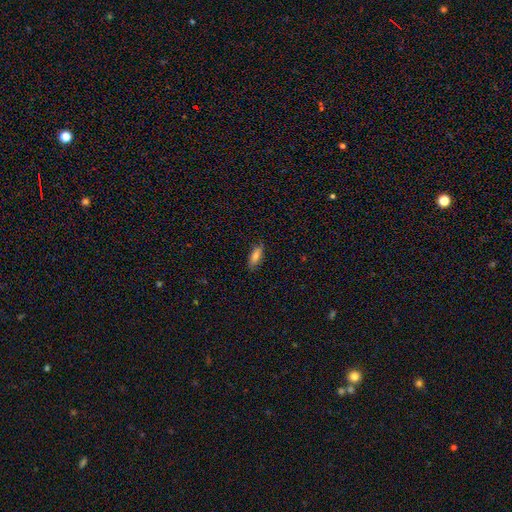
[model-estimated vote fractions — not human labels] This appears to be a smooth galaxy with no disk features (77%) that is in between round and cigar-shaped (69%). Merging: none (80%).